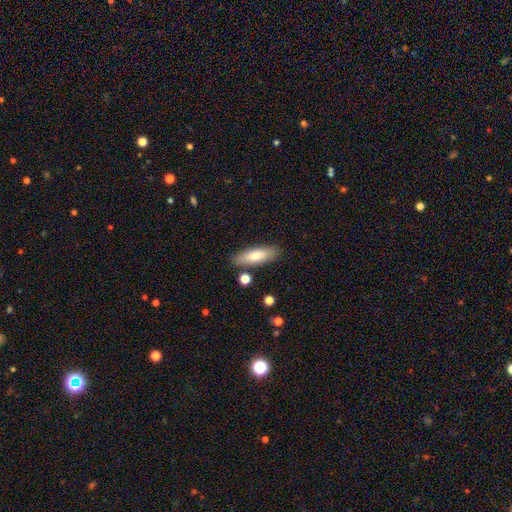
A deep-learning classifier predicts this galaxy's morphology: Smooth or featured?
  - smooth: 74% *
  - featured or disk: 19%
  - star or artifact: 6%
How rounded?
  - in between: 50% *
  - cigar-shaped: 47%
  - round: 2%
Merging?
  - none: 84% *
  - minor disturbance: 10%
  - merger: 4%
  - major disturbance: 2%